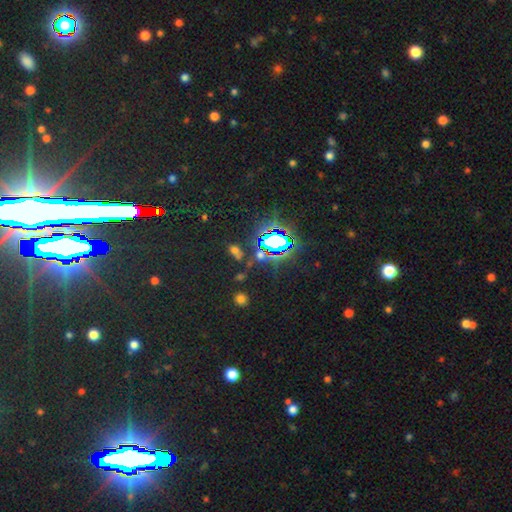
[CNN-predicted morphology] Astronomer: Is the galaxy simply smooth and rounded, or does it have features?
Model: star or artifact — 83%.